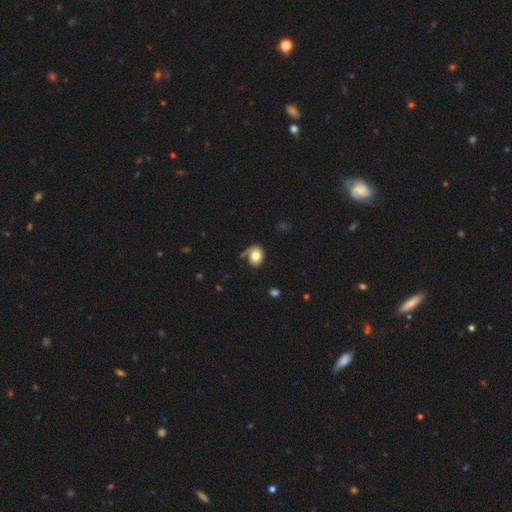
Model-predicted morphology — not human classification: A smooth galaxy with no disk features (66%) that is in between round and cigar-shaped (52%). Merging: none (55%).